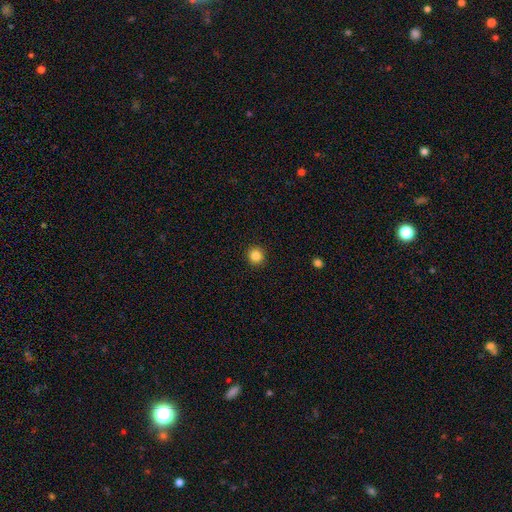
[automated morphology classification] Smooth or featured: smooth — 85% (star or artifact — 11%)
How rounded: round — 93% (in between — 6%)
Merging: none — 93% (minor disturbance — 5%)